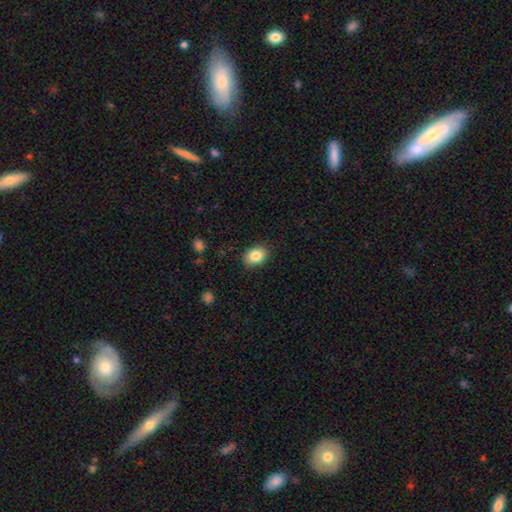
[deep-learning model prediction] This appears to be a smooth galaxy with no disk features (85%) that is in between round and cigar-shaped (68%). Merging: none (87%).